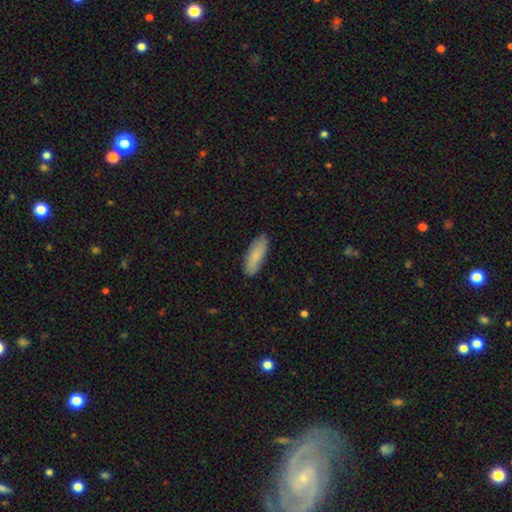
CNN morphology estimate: Smooth or featured: smooth — 84% (featured or disk — 11%)
How rounded: in between — 58% (cigar-shaped — 40%)
Merging: none — 87% (minor disturbance — 10%)